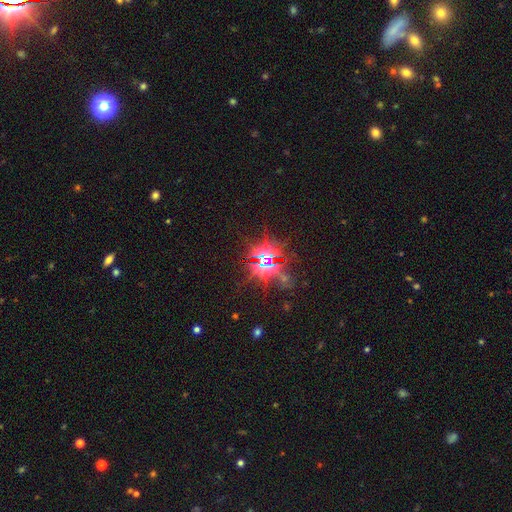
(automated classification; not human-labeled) smooth_or_featured: star or artifact (p=0.84) [alt: featured or disk p=0.08]